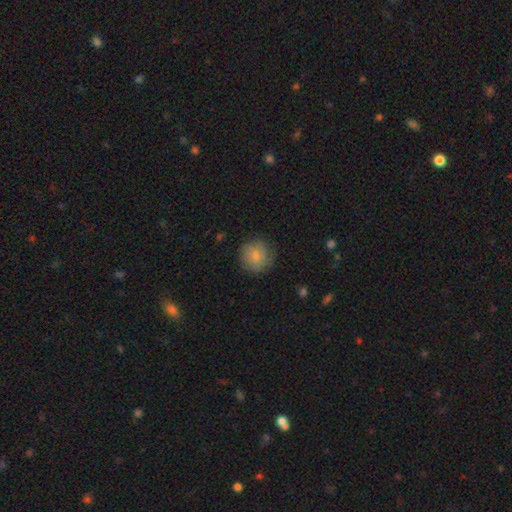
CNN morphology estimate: This is likely a smooth galaxy (78%). How rounded: clearly round (92%). Merging: likely none (77%).